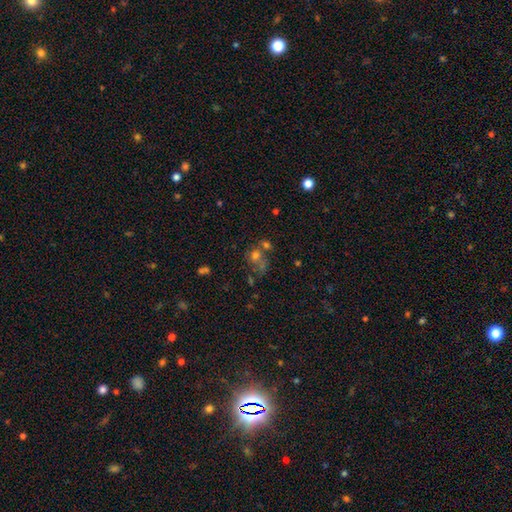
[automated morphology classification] This is possibly a smooth galaxy (59%). How rounded: likely round (72%). Merging: marginally merger (39%).